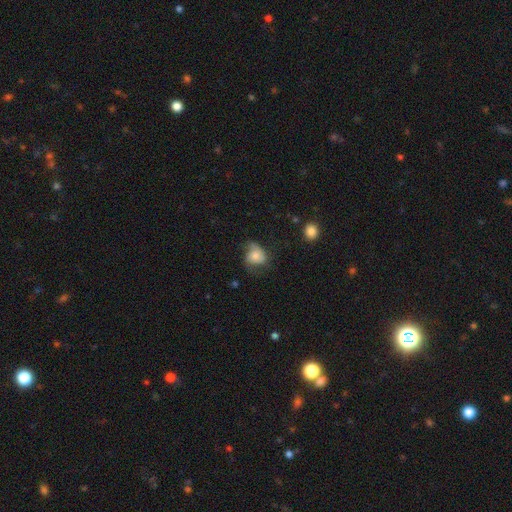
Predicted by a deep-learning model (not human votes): Smooth or featured? smooth (53%)
How rounded? in between (50%)
Merging? none (42%)